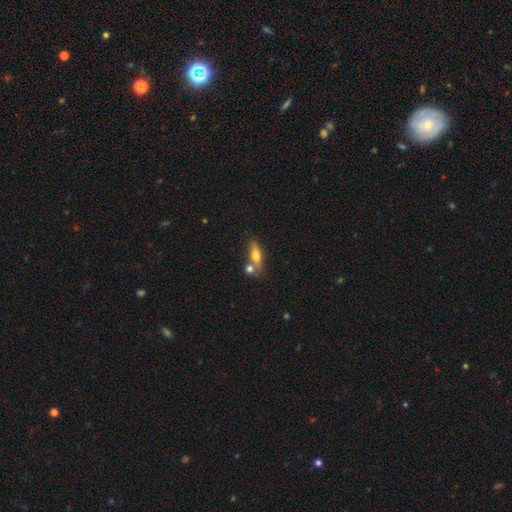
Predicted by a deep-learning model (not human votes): A smooth galaxy with no disk features (57%) that is in between round and cigar-shaped (48%).

Vote fractions:
- Smooth or featured? smooth: 57% / featured or disk: 36% / star or artifact: 8%
- How rounded? in between: 48% / cigar-shaped: 47% / round: 5%
- Merging? none: 59% / merger: 25% / minor disturbance: 12% / major disturbance: 4%